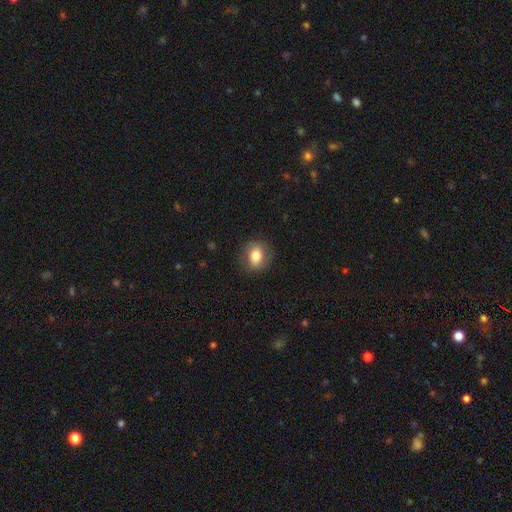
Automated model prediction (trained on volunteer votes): Morphology: type=smooth (76%); roundness=round (56%); merging=none (83%).